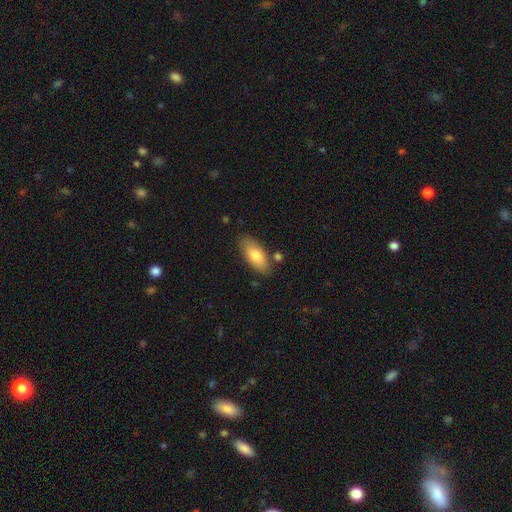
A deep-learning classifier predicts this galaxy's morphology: smooth-or-featured: smooth: 77% | featured or disk: 17% | star or artifact: 6%
  how-rounded: in between: 87% | cigar-shaped: 10% | round: 3%
  merging: none: 79% | minor disturbance: 14% | merger: 5% | major disturbance: 3%